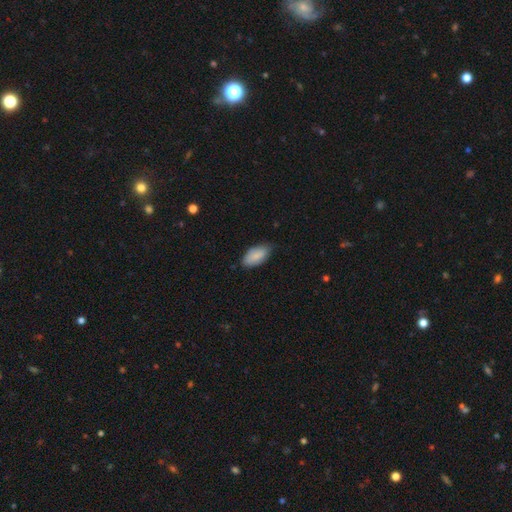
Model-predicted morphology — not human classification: Smooth or featured? smooth (86%)
How rounded? in between (93%)
Merging? none (70%)